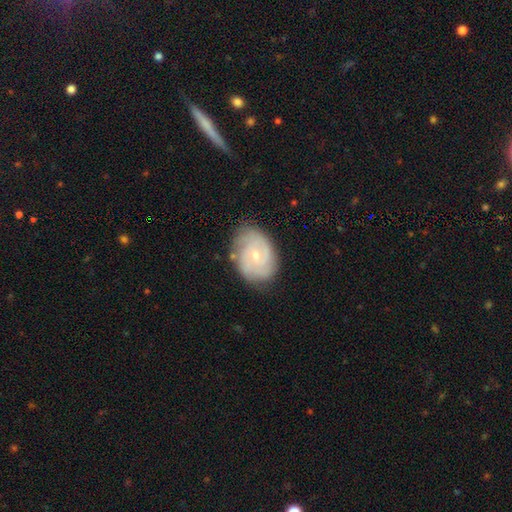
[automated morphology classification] Smooth or featured? Predicted: featured or disk (p=0.76). Edge-on disk? Predicted: no (p=0.97). Bar? Predicted: no (p=0.62). Spiral arms? Predicted: yes (p=0.93). Spiral winding? Predicted: tight (p=0.60). Spiral arm count? Predicted: 2 (p=0.34). Bulge size? Predicted: small (p=0.70). Merging? Predicted: none (p=0.76).